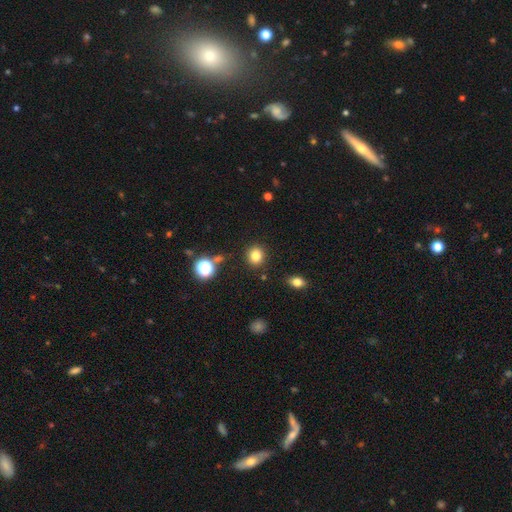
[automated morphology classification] This is clearly a smooth galaxy (81%). How rounded: clearly round (81%). Merging: clearly none (88%).